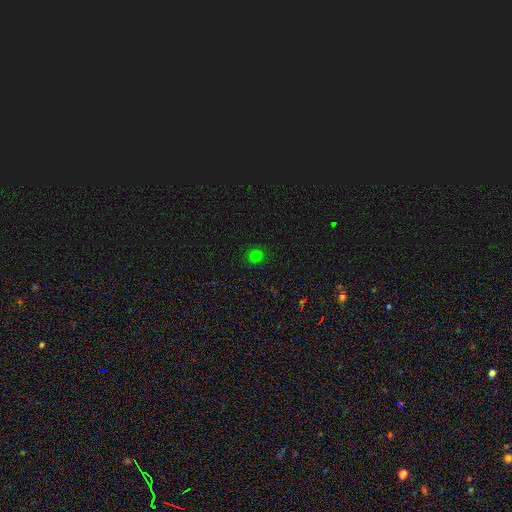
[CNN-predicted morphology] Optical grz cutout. It shows a smooth galaxy with no disk features (76%) that is round (93%). Merging: none (92%).